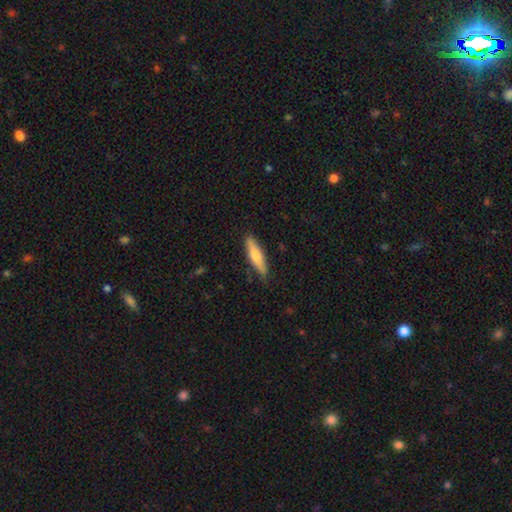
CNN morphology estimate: Smooth or featured: smooth — 60% (featured or disk — 35%)
How rounded: cigar-shaped — 79% (in between — 19%)
Merging: none — 85% (minor disturbance — 12%)